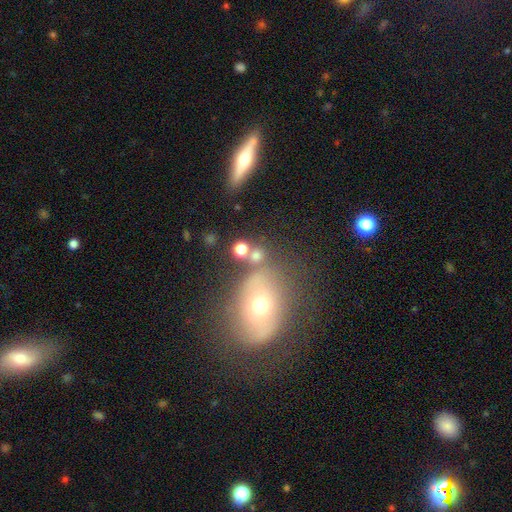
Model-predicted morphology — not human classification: A smooth galaxy with no disk features (71%) that is round (77%). Merging: none (59%).